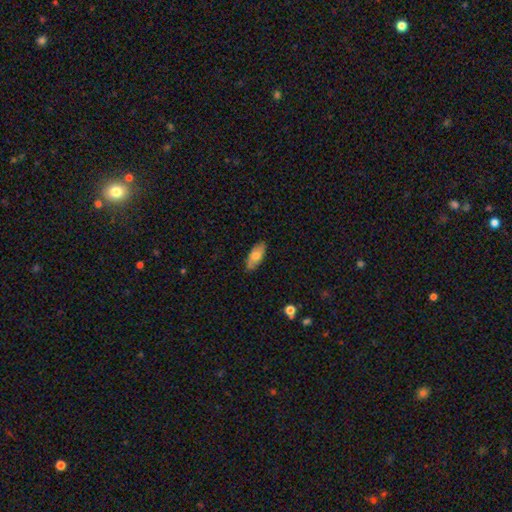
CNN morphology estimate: A smooth galaxy with no disk features (69%) that is in between round and cigar-shaped (84%).

Vote fractions:
- Smooth or featured? smooth: 69% / featured or disk: 24% / star or artifact: 6%
- How rounded? in between: 84% / cigar-shaped: 14% / round: 3%
- Merging? none: 85% / minor disturbance: 11% / major disturbance: 2% / merger: 1%